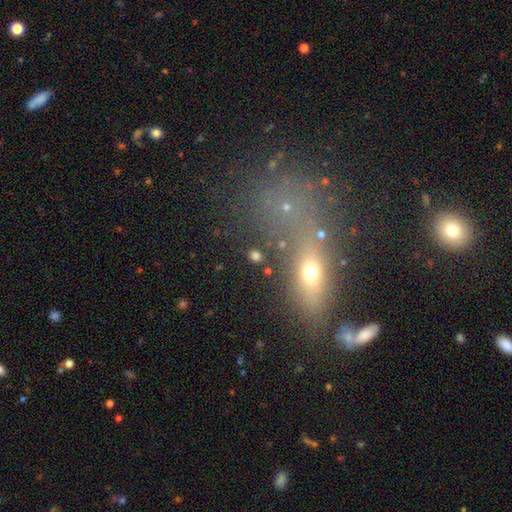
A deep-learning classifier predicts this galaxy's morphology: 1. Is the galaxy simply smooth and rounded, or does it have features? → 74% smooth, 17% star or artifact, 9% featured or disk.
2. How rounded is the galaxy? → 53% round, 42% in between, 5% cigar-shaped.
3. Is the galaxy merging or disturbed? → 85% none, 7% minor disturbance, 4% merger, 4% major disturbance.